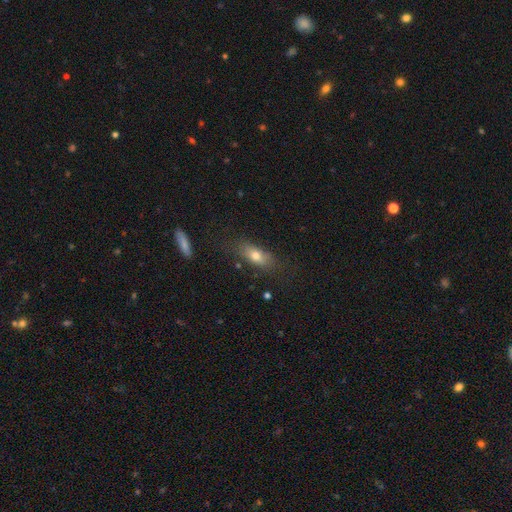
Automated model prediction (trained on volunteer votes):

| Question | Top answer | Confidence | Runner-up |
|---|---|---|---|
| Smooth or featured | smooth | 72% | featured or disk (19%) |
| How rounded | in between | 76% | cigar-shaped (18%) |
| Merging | none | 71% | minor disturbance (18%) |